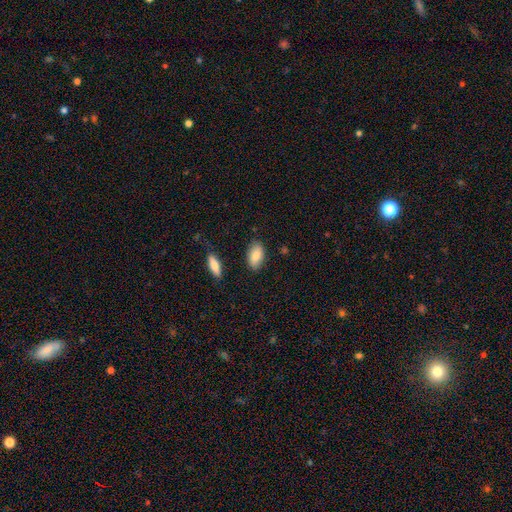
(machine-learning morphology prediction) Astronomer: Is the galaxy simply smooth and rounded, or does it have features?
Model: smooth — 84%.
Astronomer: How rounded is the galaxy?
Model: in between — 92%.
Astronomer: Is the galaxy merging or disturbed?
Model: none — 83%.